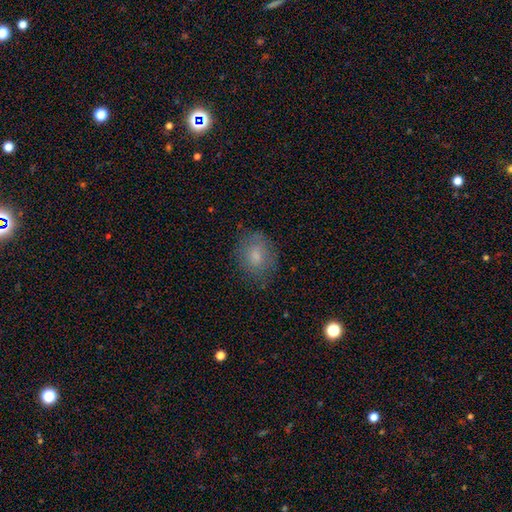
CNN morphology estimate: A smooth galaxy with no disk features (75%) that is round (50%).

Vote fractions:
- Smooth or featured? smooth: 75% / featured or disk: 16% / star or artifact: 9%
- How rounded? round: 50% / in between: 48% / cigar-shaped: 1%
- Merging? none: 74% / minor disturbance: 19% / major disturbance: 7% / merger: 1%